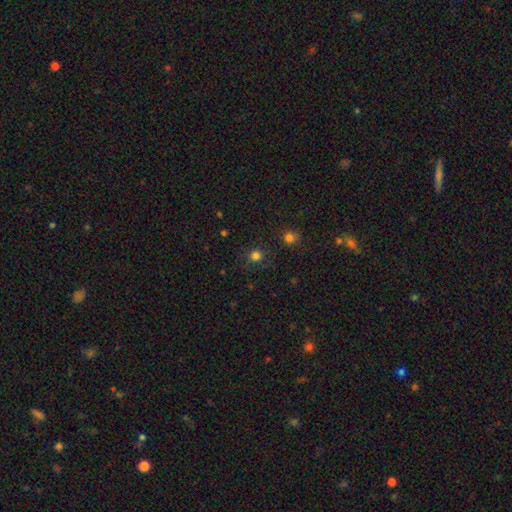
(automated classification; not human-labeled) The model was most divided on "smooth or featured": smooth: 76%, star or artifact: 19%, featured or disk: 5%. More confident: how rounded — round (90%); merging — none (84%).